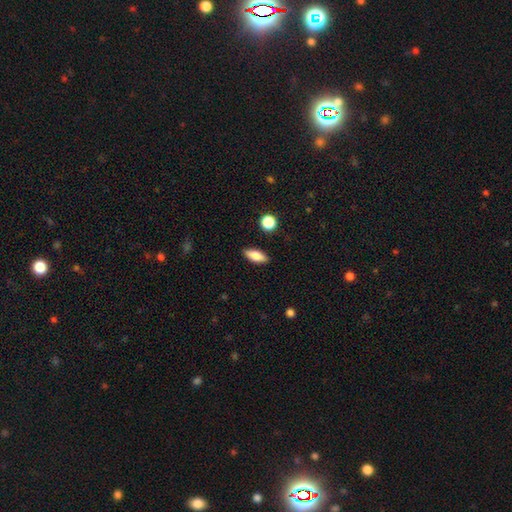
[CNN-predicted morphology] This is likely a smooth galaxy (78%). How rounded: likely in between (75%). Merging: clearly none (88%).